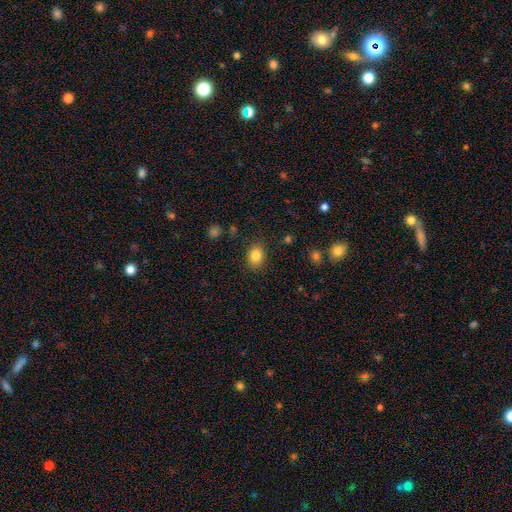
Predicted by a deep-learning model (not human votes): The model was most divided on "how rounded": in between: 66%, round: 33%, cigar-shaped: 1%. More confident: merging — none (85%); smooth or featured — smooth (83%).